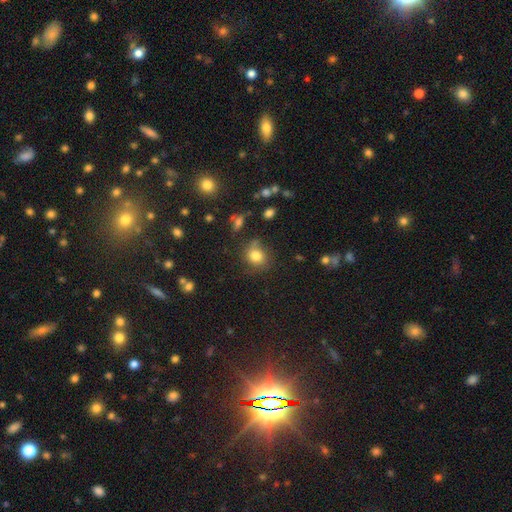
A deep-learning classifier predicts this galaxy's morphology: smooth-or-featured: smooth: 80% | star or artifact: 12% | featured or disk: 8%
  how-rounded: round: 74% | in between: 25% | cigar-shaped: 1%
  merging: none: 71% | minor disturbance: 17% | merger: 7% | major disturbance: 6%